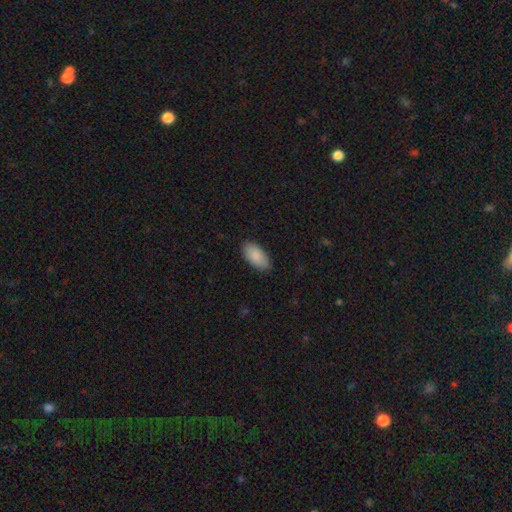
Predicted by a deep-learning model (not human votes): Smooth or featured: smooth — 89% (star or artifact — 6%)
How rounded: in between — 94% (cigar-shaped — 4%)
Merging: none — 86% (minor disturbance — 11%)